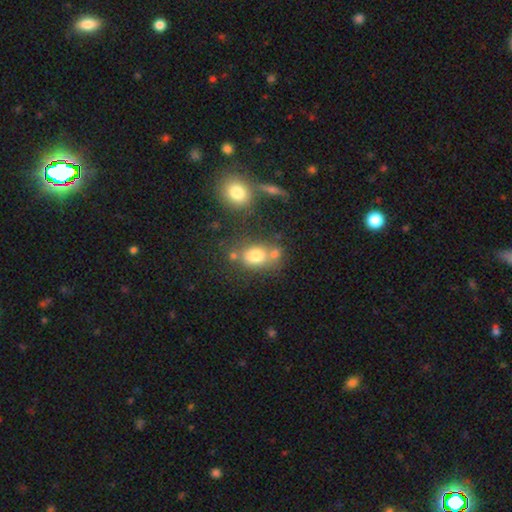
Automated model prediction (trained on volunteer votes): smooth-or-featured: smooth: 76% | star or artifact: 12% | featured or disk: 12%
  how-rounded: in between: 59% | round: 39% | cigar-shaped: 2%
  merging: none: 52% | merger: 28% | minor disturbance: 14% | major disturbance: 6%